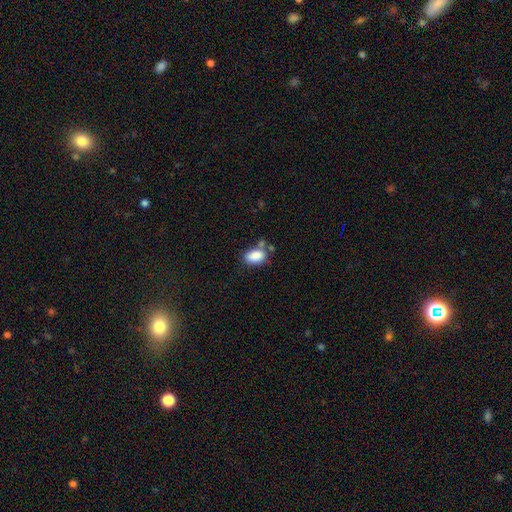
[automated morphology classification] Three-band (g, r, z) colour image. It shows a smooth galaxy with no disk features (86%) that is in between round and cigar-shaped (89%). Merging: none (57%).